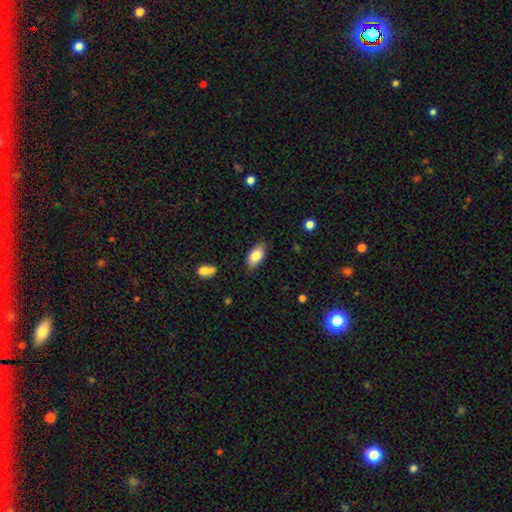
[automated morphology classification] Smooth or featured? Predicted: smooth (p=0.82). How rounded? Predicted: in between (p=0.92). Merging? Predicted: none (p=0.84).